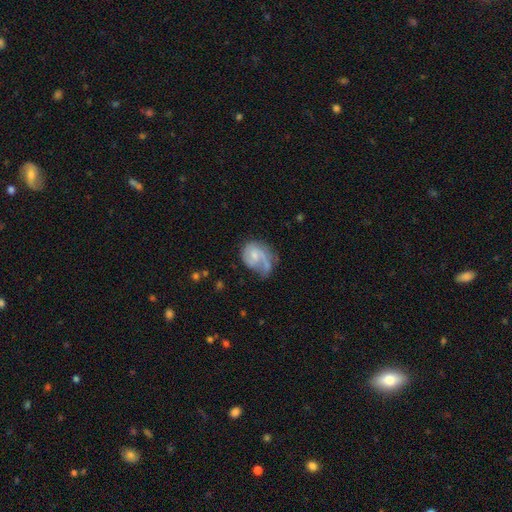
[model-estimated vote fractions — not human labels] This is likely a featured or disk galaxy (64%). It is clearly not viewed edge-on (98%). Bar: possibly no (58%). Spiral arm pattern: clearly yes (83%). Spiral arm count: possibly 1 (47%). Spiral winding: marginally medium (40%). Central bulge: possibly small (50%). Merging: marginally none (33%).